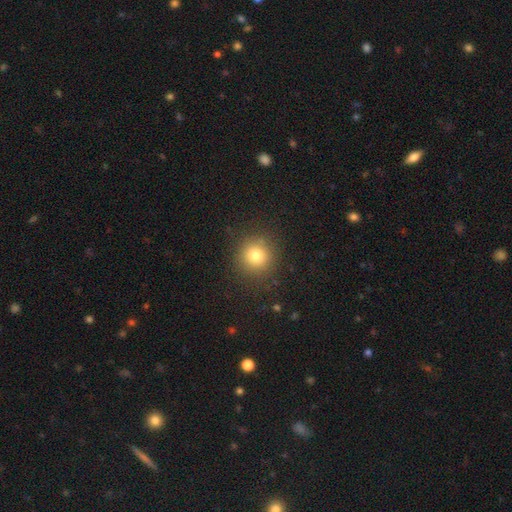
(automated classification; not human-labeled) The model was most divided on "smooth or featured": smooth: 78%, star or artifact: 14%, featured or disk: 8%. More confident: how rounded — round (94%); merging — none (88%).